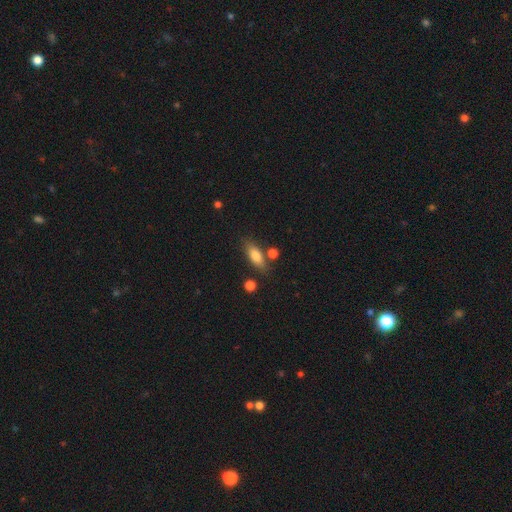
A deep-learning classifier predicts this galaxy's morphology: A smooth galaxy with no disk features (77%) that is in between round and cigar-shaped (67%). Merging: none (74%).